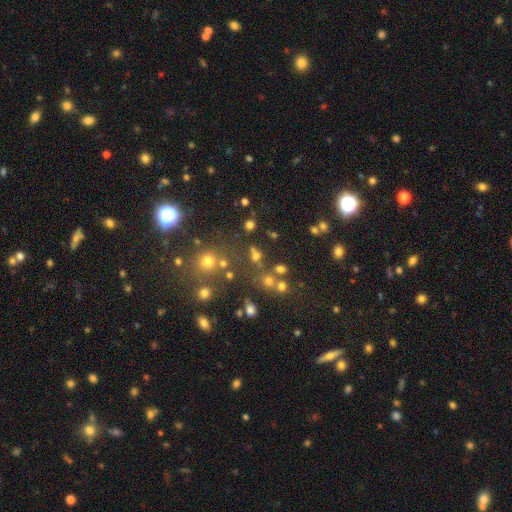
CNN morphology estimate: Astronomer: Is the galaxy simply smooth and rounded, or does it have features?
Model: smooth — 60%.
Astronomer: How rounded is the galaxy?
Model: round — 68%.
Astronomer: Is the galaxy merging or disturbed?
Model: none — 66%.